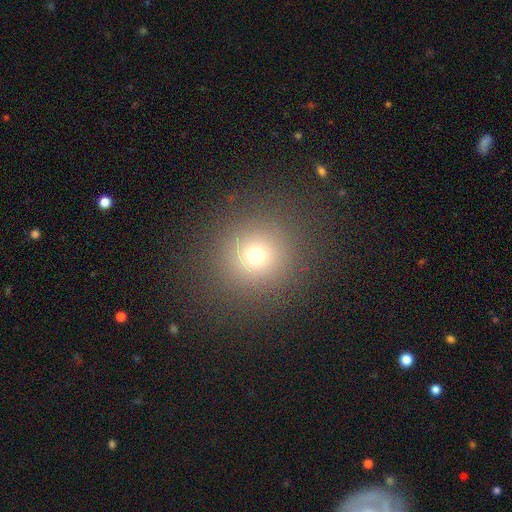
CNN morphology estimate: Q: Smooth or featured?
A: smooth (70%); runner-up: star or artifact (20%)
Q: How rounded?
A: round (92%); runner-up: in between (7%)
Q: Merging?
A: none (88%); runner-up: minor disturbance (7%)